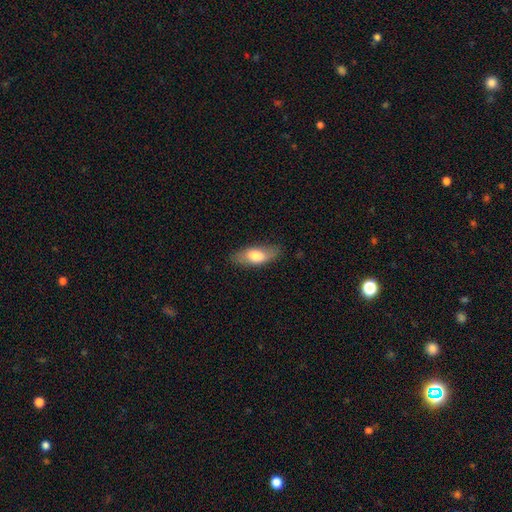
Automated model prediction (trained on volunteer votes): Smooth or featured?
  - smooth: 71% *
  - featured or disk: 23%
  - star or artifact: 6%
How rounded?
  - in between: 76% *
  - cigar-shaped: 21%
  - round: 3%
Merging?
  - none: 81% *
  - minor disturbance: 15%
  - major disturbance: 4%
  - merger: 1%